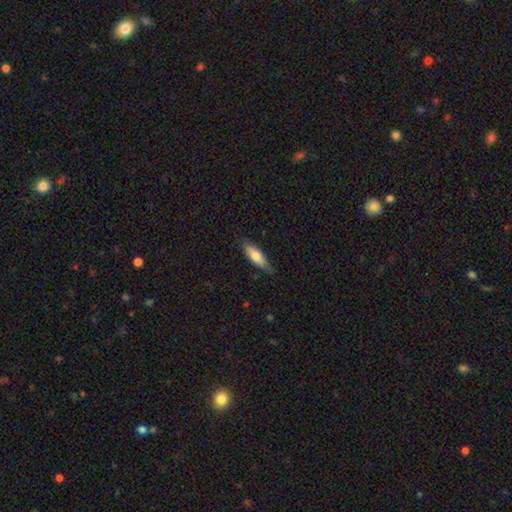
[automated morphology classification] A smooth galaxy with no disk features (67%) that is in between round and cigar-shaped (50%).

Vote fractions:
- Smooth or featured? smooth: 67% / featured or disk: 28% / star or artifact: 6%
- How rounded? in between: 50% / cigar-shaped: 48% / round: 2%
- Merging? none: 78% / minor disturbance: 18% / major disturbance: 3% / merger: 1%